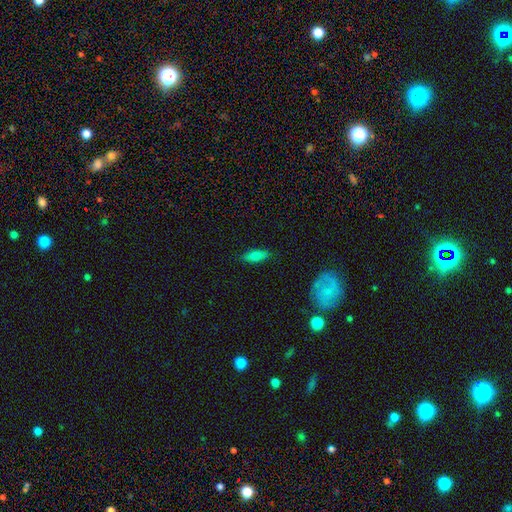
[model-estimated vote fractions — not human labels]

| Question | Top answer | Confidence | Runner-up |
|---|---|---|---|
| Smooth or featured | smooth | 76% | featured or disk (16%) |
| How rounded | in between | 72% | cigar-shaped (25%) |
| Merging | none | 84% | minor disturbance (12%) |